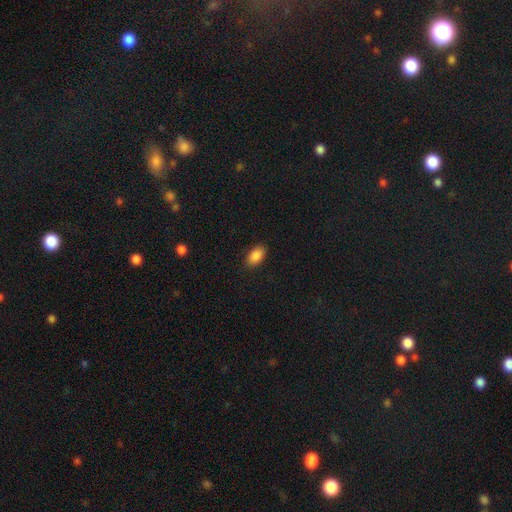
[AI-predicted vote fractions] smooth-or-featured: smooth: 89% | star or artifact: 8% | featured or disk: 4%
  how-rounded: in between: 93% | round: 5% | cigar-shaped: 2%
  merging: none: 88% | minor disturbance: 9% | major disturbance: 2% | merger: 1%